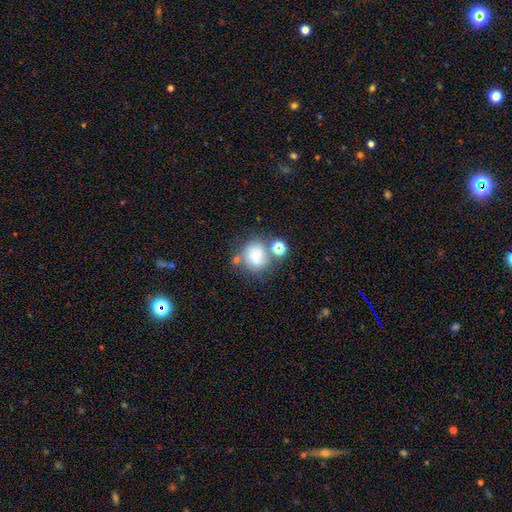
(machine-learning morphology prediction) This appears to be a smooth galaxy with no disk features (61%) that is round (76%). Merging: none (45%).